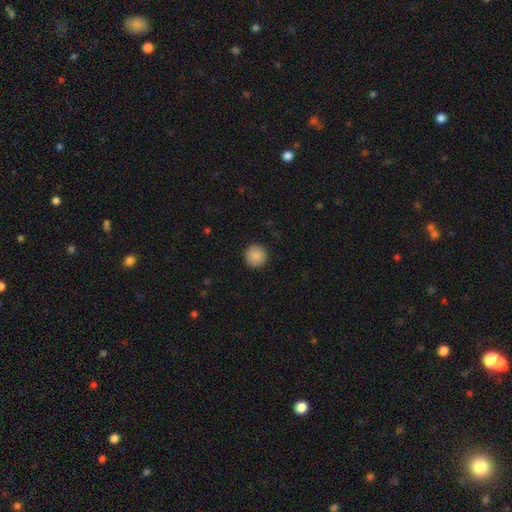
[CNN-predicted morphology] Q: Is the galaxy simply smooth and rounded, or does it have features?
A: smooth — 89%.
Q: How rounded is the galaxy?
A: round — 96%.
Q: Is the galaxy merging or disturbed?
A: none — 93%.